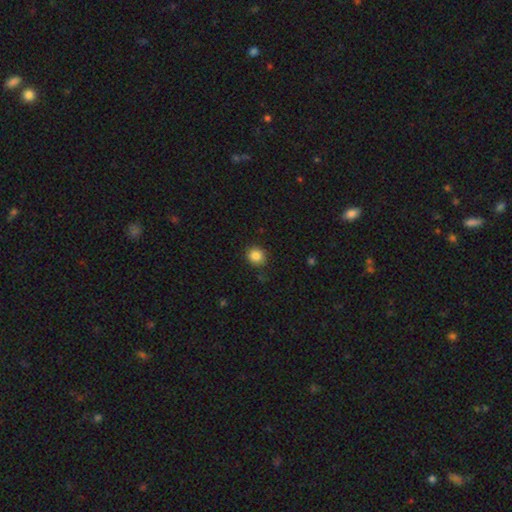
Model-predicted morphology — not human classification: type=smooth (85%); roundness=round (83%); merging=none (87%).